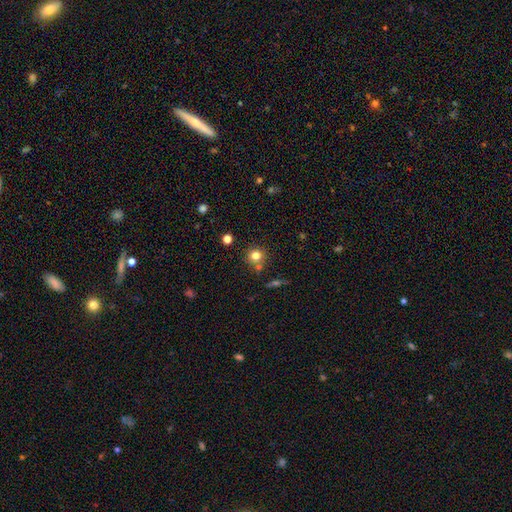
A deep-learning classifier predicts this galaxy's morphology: This is likely a smooth galaxy (77%). How rounded: clearly round (92%). Merging: likely none (74%).